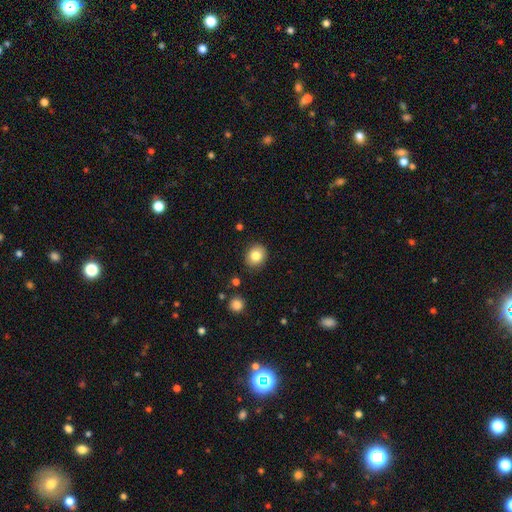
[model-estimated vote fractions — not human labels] A smooth galaxy with no disk features (83%) that is round (72%). Merging: none (88%).